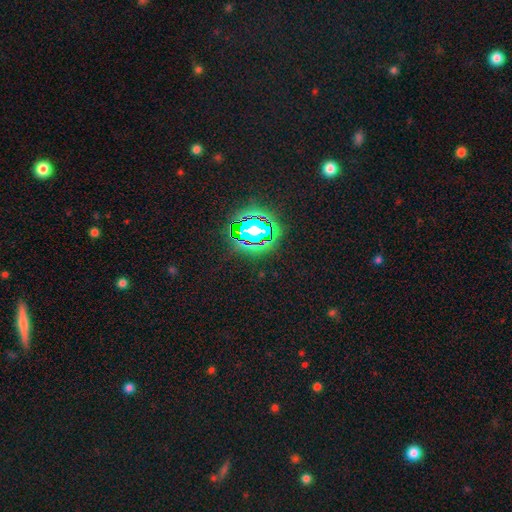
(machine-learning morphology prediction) Smooth or featured? Predicted: star or artifact (p=0.75).